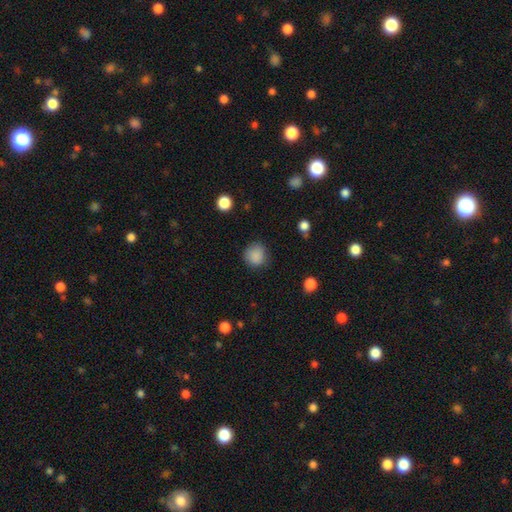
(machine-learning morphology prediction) A smooth galaxy with no disk features (87%) that is round (89%).

Vote fractions:
- Smooth or featured? smooth: 87% / star or artifact: 9% / featured or disk: 4%
- How rounded? round: 89% / in between: 10% / cigar-shaped: 1%
- Merging? none: 81% / minor disturbance: 14% / major disturbance: 4% / merger: 1%